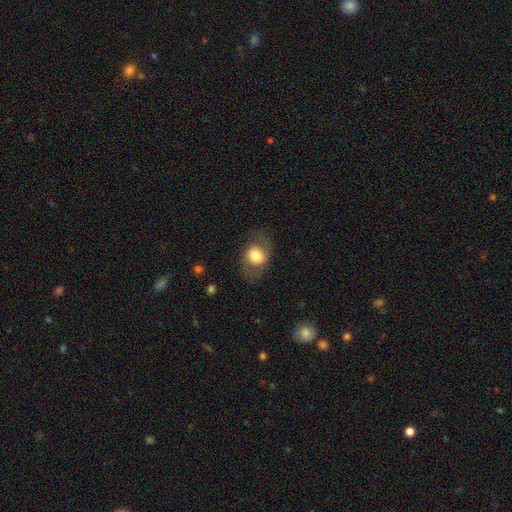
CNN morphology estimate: Q: Smooth or featured?
A: smooth (62%); runner-up: featured or disk (31%)
Q: How rounded?
A: in between (54%); runner-up: round (45%)
Q: Merging?
A: none (73%); runner-up: minor disturbance (16%)